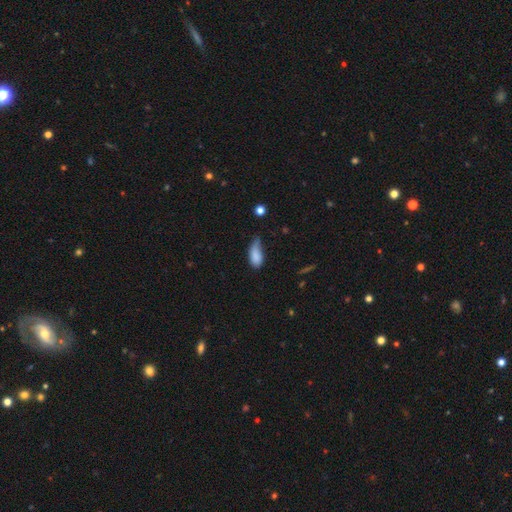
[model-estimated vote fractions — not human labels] This is clearly a smooth galaxy (83%). How rounded: clearly in between (85%). Merging: possibly minor disturbance (49%).